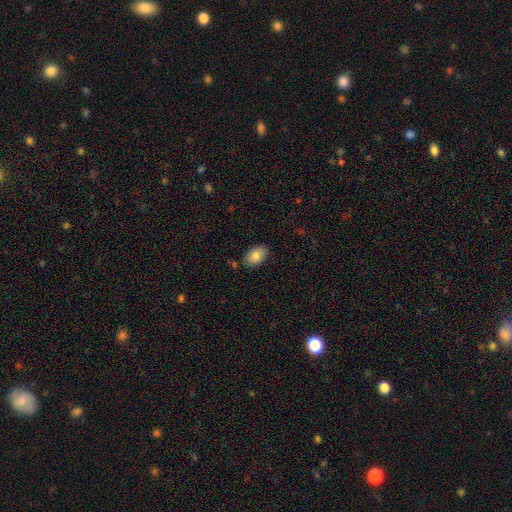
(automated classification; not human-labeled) Q: Smooth or featured?
A: smooth (83%); runner-up: featured or disk (10%)
Q: How rounded?
A: in between (90%); runner-up: round (9%)
Q: Merging?
A: none (83%); runner-up: minor disturbance (12%)